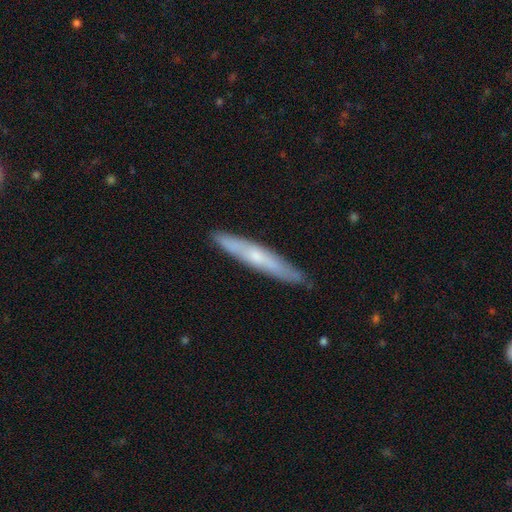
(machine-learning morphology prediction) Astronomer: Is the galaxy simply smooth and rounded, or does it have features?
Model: smooth — 48% (runner-up: featured or disk, 46%).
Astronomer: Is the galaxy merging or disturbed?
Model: none — 85%.